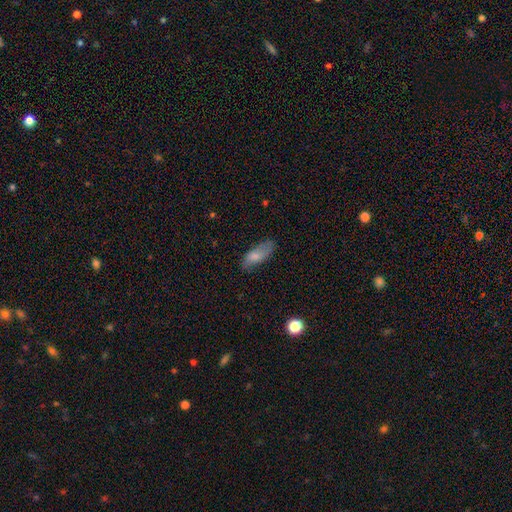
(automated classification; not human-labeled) Smooth or featured?
  - smooth: 77% *
  - featured or disk: 16%
  - star or artifact: 7%
How rounded?
  - in between: 77% *
  - cigar-shaped: 21%
  - round: 2%
Merging?
  - none: 67% *
  - minor disturbance: 24%
  - major disturbance: 7%
  - merger: 2%